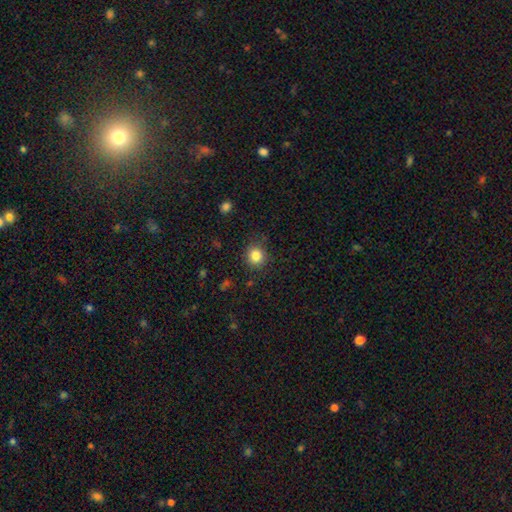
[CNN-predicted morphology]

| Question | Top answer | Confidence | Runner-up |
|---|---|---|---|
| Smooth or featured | smooth | 84% | star or artifact (11%) |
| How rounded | round | 87% | in between (12%) |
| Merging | none | 86% | minor disturbance (10%) |